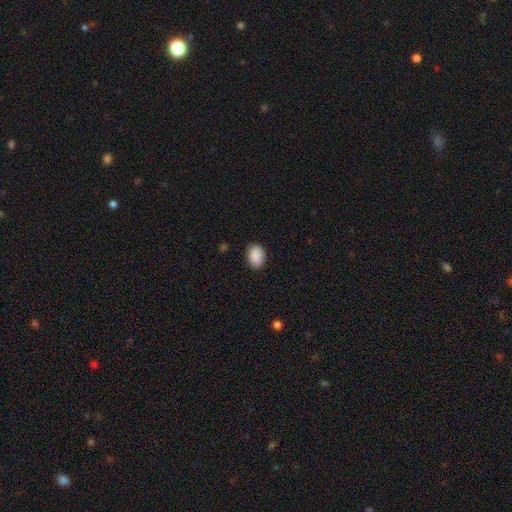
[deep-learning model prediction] This is clearly a smooth galaxy (89%). How rounded: likely in between (73%). Merging: clearly none (86%).